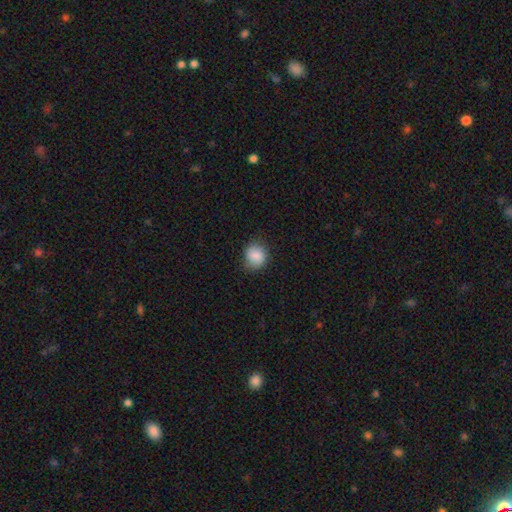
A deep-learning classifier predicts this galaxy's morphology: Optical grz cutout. It shows a smooth galaxy with no disk features (87%) that is round (76%). Merging: none (80%).